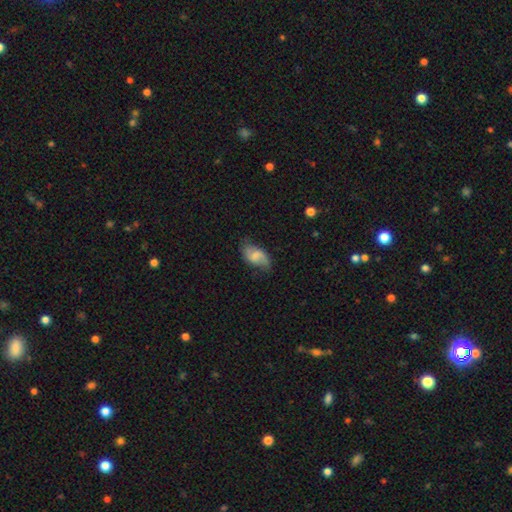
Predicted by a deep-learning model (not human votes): This appears to be a featured or disk galaxy (48%). Merging: none (64%).